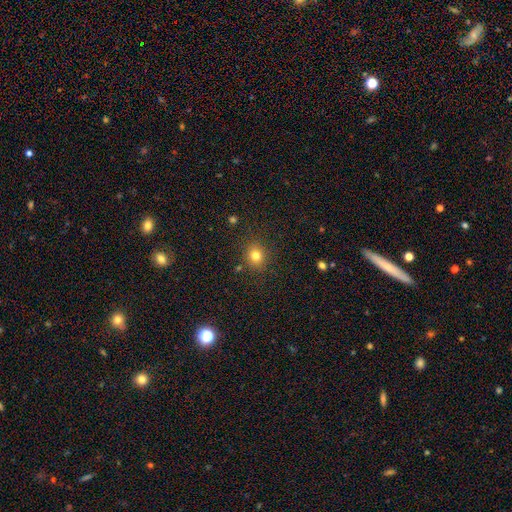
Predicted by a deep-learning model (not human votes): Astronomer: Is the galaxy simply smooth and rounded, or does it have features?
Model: smooth — 80%.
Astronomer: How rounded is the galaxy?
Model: round — 81%.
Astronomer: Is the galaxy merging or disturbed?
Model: none — 87%.